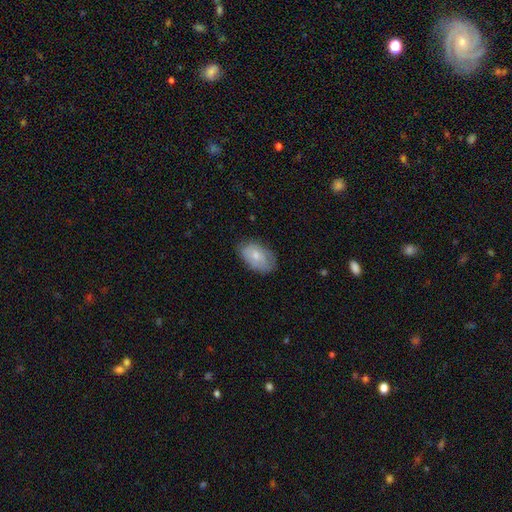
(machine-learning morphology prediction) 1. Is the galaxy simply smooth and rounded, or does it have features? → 69% smooth, 25% featured or disk, 6% star or artifact.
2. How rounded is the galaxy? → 89% in between, 9% round, 1% cigar-shaped.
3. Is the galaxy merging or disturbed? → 72% none, 22% minor disturbance, 5% major disturbance, 1% merger.